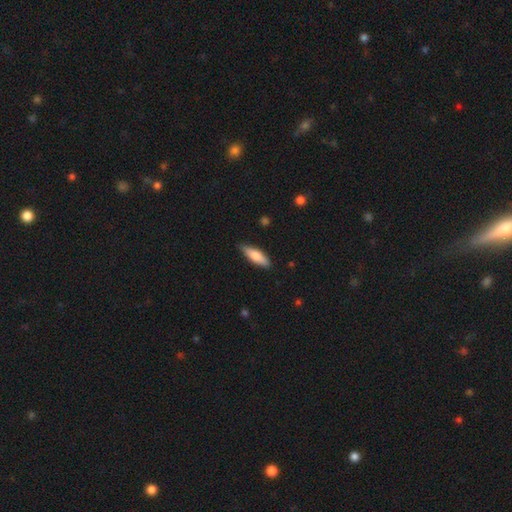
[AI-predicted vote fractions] Morphology: type=smooth (75%); roundness=cigar-shaped (51%); merging=none (85%).